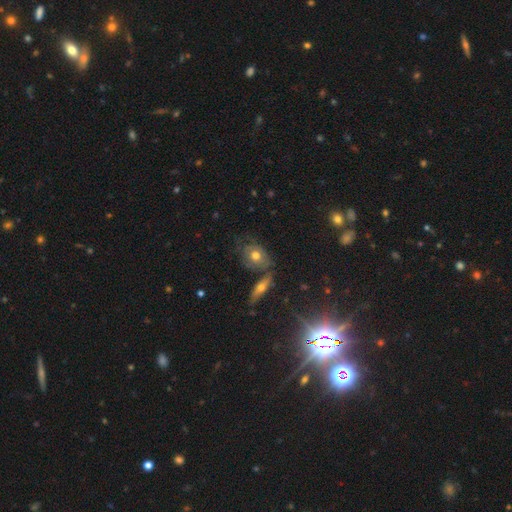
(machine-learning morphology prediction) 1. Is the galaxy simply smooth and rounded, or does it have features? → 52% smooth, 40% featured or disk, 9% star or artifact.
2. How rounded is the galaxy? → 60% in between, 36% round, 4% cigar-shaped.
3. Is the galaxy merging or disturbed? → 48% none, 22% minor disturbance, 20% merger, 10% major disturbance.